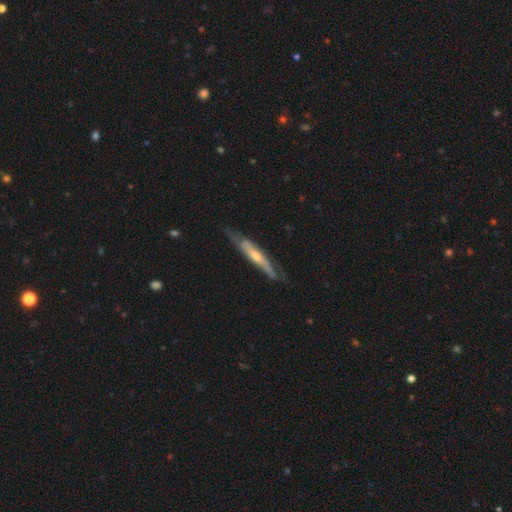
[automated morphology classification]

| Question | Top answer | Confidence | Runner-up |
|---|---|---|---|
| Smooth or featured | featured or disk | 65% | smooth (29%) |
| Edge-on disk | yes | 75% | no (25%) |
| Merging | none | 64% | minor disturbance (26%) |